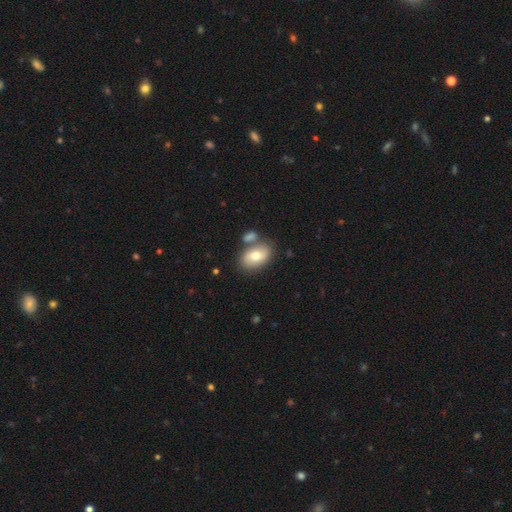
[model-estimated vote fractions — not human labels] A smooth galaxy with no disk features (70%) that is in between round and cigar-shaped (88%). Merging: none (59%).